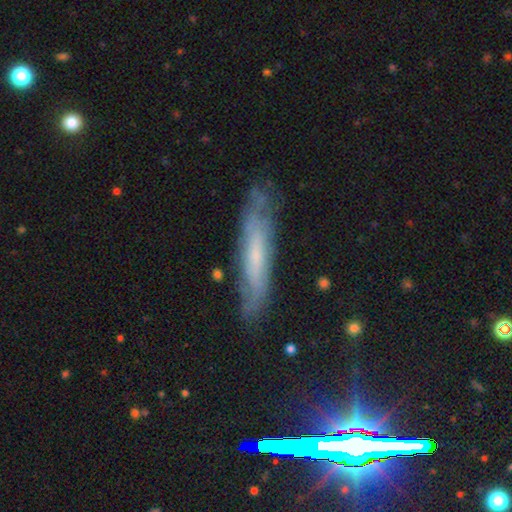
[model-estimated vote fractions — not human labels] The model was most divided on "edge-on disk": yes: 58%, no: 42%. More confident: merging — none (76%); smooth or featured — featured or disk (57%).